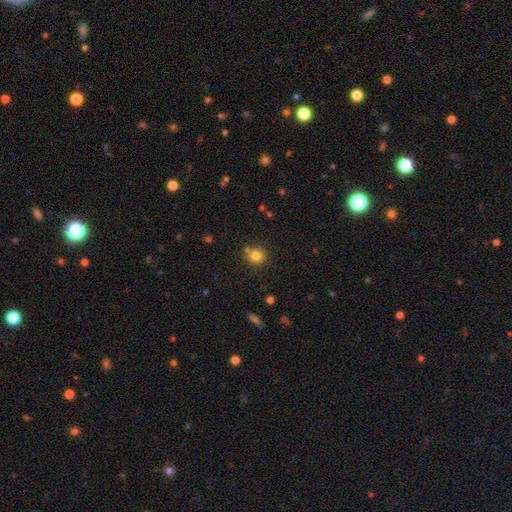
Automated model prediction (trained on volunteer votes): smooth 80%, star or artifact 13%, featured or disk 7%. Down the decision tree: how rounded — round (91%); merging — none (74%).